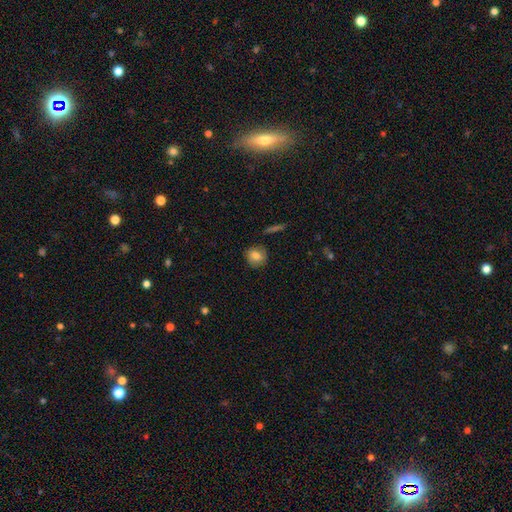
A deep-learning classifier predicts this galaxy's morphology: Smooth or featured? smooth (74%)
How rounded? round (80%)
Merging? none (81%)